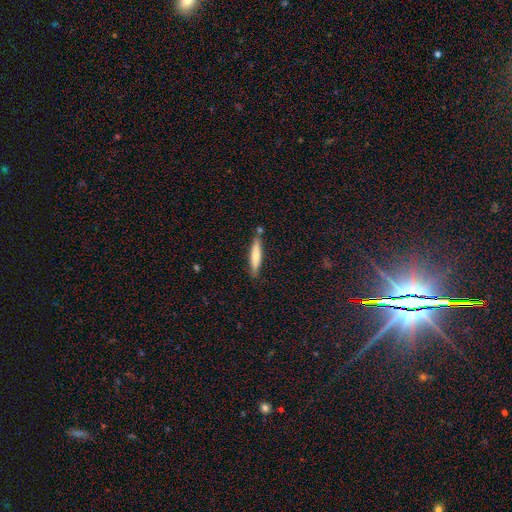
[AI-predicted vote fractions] Overall: smooth (64%; featured or disk 30%). How rounded: cigar-shaped (88%). Merging: none (78%).